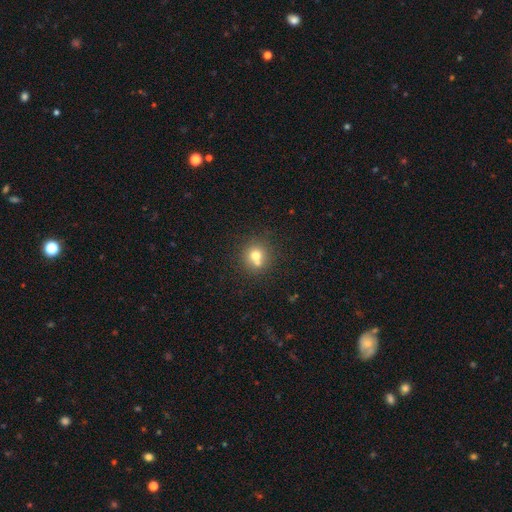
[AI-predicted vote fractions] This is likely a smooth galaxy (70%). How rounded: clearly round (89%). Merging: possibly none (55%).